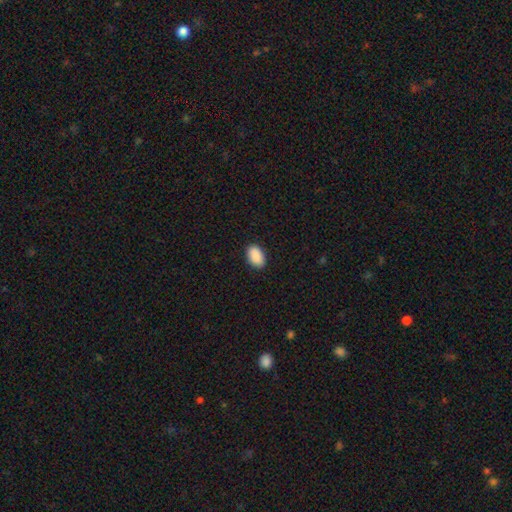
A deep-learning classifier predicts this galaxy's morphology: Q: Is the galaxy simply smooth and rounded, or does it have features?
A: smooth — 91%.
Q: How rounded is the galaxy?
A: in between — 91%.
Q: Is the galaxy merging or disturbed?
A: none — 89%.